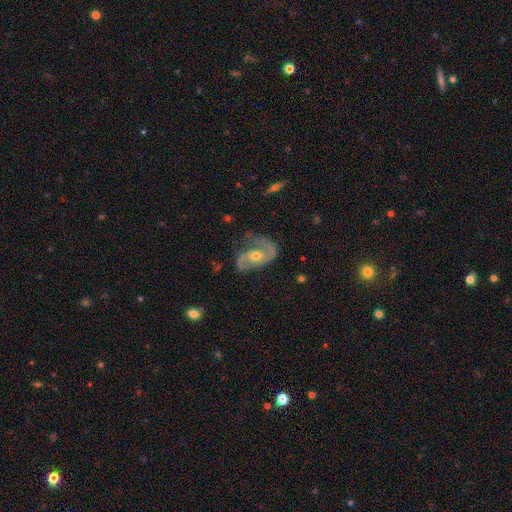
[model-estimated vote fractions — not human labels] The model was most divided on "spiral winding": medium: 49%, loose: 29%, tight: 23%. More confident: edge-on disk — no (97%); spiral arms — yes (95%); smooth or featured — featured or disk (87%); spiral arm count — 2 (84%); bulge size — moderate (67%); merging — none (62%); bar — no (57%).